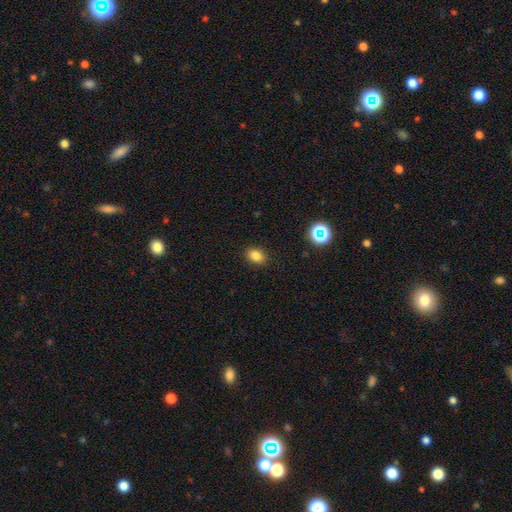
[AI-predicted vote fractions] Overall: smooth (82%). How rounded: in between (73%). Merging: none (89%).